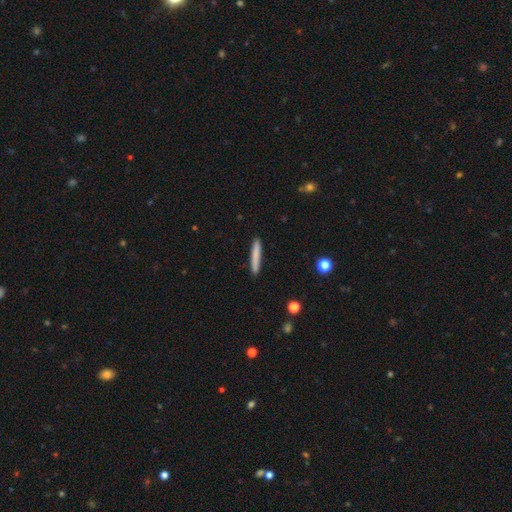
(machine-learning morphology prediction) Smooth or featured: smooth — 80% (featured or disk — 14%)
How rounded: cigar-shaped — 95% (in between — 4%)
Merging: none — 90% (minor disturbance — 7%)